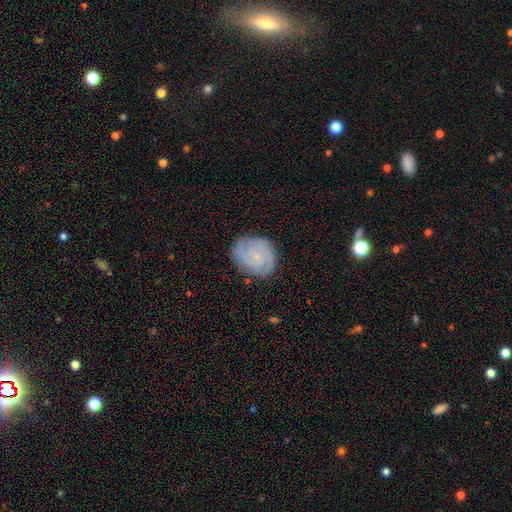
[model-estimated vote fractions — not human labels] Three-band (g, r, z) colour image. It shows a featured or disk galaxy (69%) with no bar (72%), 2 (31%) tight (62%) spiral arms (94%) and a small central bulge (65%). Merging: none (80%).